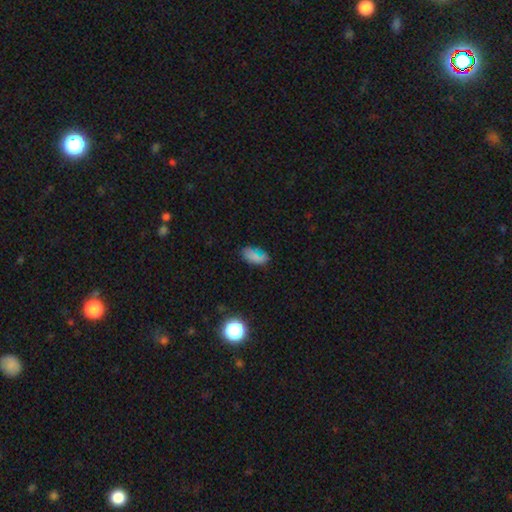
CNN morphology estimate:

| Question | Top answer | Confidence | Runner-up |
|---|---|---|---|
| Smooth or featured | smooth | 63% | star or artifact (24%) |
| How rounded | in between | 89% | round (7%) |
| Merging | none | 61% | minor disturbance (22%) |